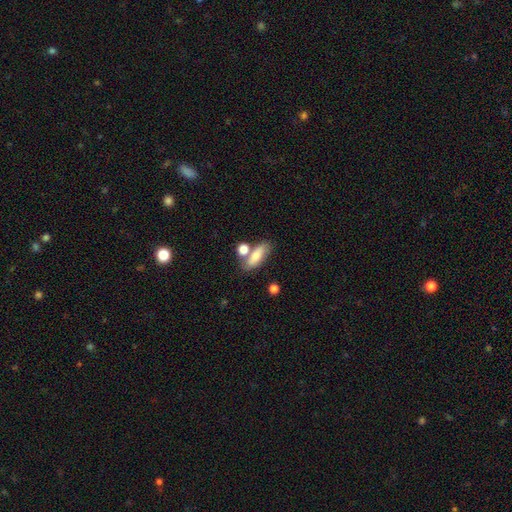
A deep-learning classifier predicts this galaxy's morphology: This appears to be a smooth galaxy with no disk features (76%) that is in between round and cigar-shaped (69%). Merging: none (57%).